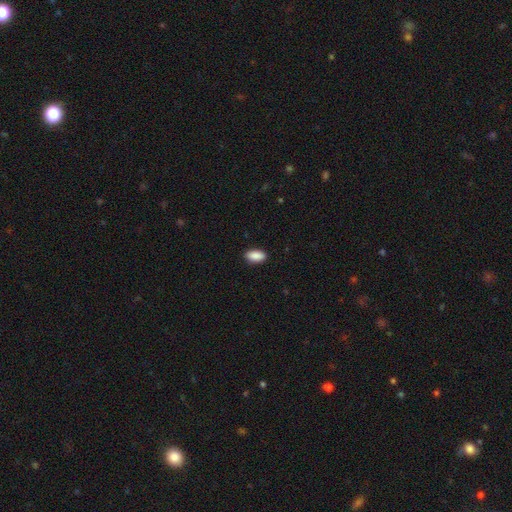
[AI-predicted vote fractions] smooth 90%, star or artifact 7%, featured or disk 3%. Down the decision tree: how rounded — in between (93%); merging — none (89%).